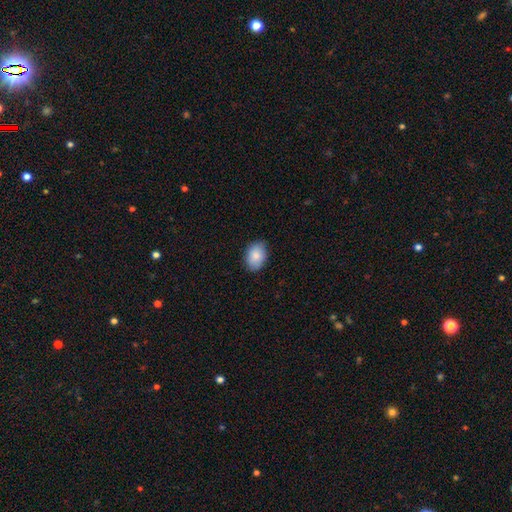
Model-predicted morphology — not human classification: A smooth galaxy with no disk features (86%) that is in between round and cigar-shaped (80%). Merging: none (83%).